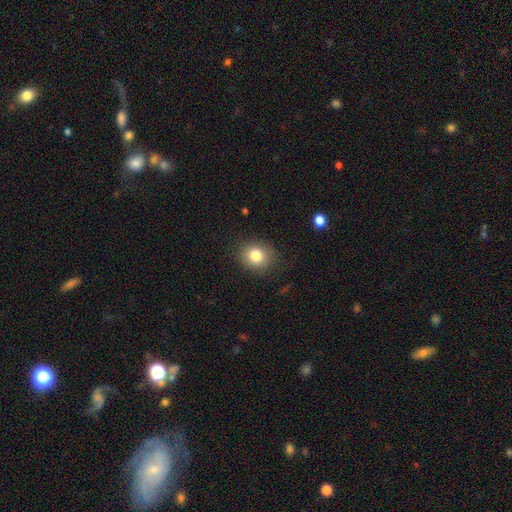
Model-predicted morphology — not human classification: Overall: smooth (81%). How rounded: round (72%). Merging: none (86%).